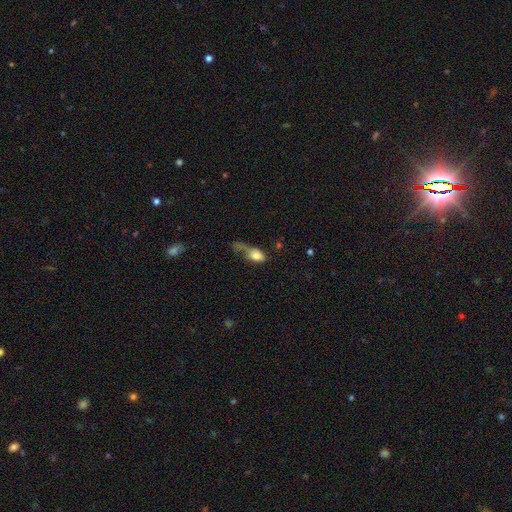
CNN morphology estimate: Smooth or featured? Predicted: smooth (p=0.71). How rounded? Predicted: in between (p=0.82). Merging? Predicted: major disturbance (p=0.43).